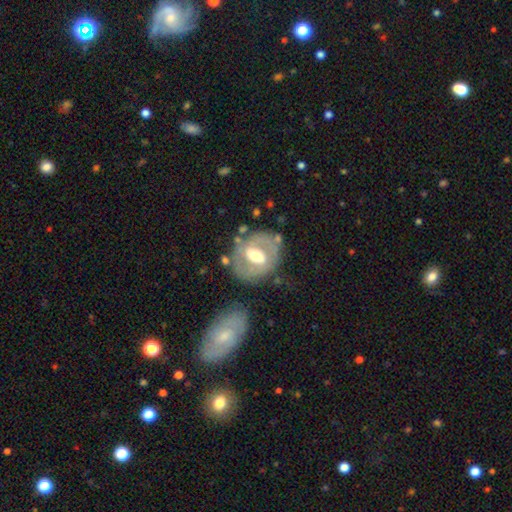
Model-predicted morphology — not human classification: smooth_or_featured: featured or disk (p=0.70) [alt: smooth p=0.24]
disk_edge_on: no (p=0.95) [alt: yes p=0.05]
bar: weak (p=0.41) [alt: strong p=0.38]
has_spiral_arms: yes (p=0.52) [alt: no p=0.48]
bulge_size: moderate (p=0.71) [alt: large p=0.15]
merging: none (p=0.69) [alt: minor disturbance p=0.17]